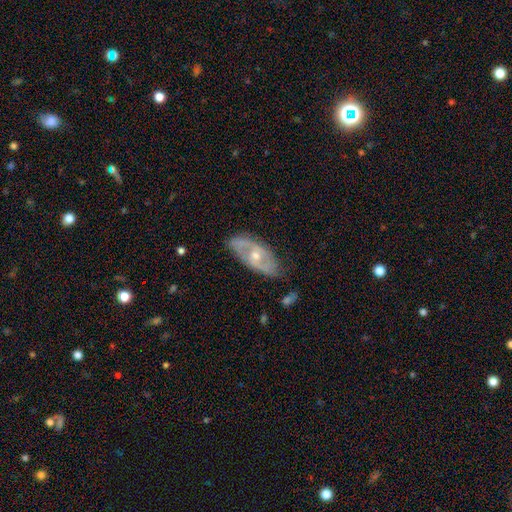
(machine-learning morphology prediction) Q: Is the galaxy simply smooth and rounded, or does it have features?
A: featured or disk — 73%.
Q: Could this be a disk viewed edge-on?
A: no — 89%.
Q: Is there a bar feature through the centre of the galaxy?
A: no — 61%.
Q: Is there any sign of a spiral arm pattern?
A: yes — 76%.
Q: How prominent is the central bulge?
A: moderate — 52%.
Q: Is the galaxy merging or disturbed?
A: none — 75%.